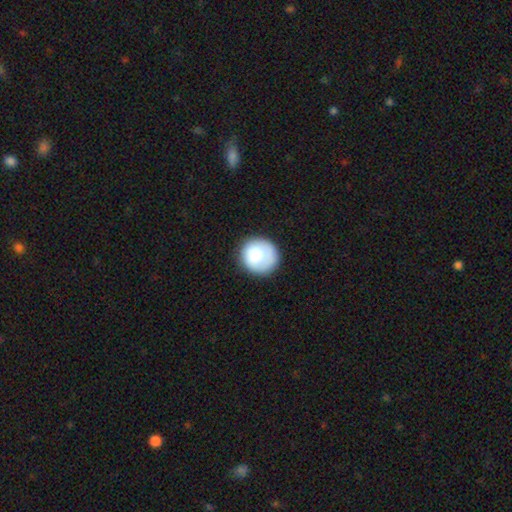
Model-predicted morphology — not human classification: This appears to be a smooth galaxy with no disk features (81%) that is round (91%). Merging: none (80%).